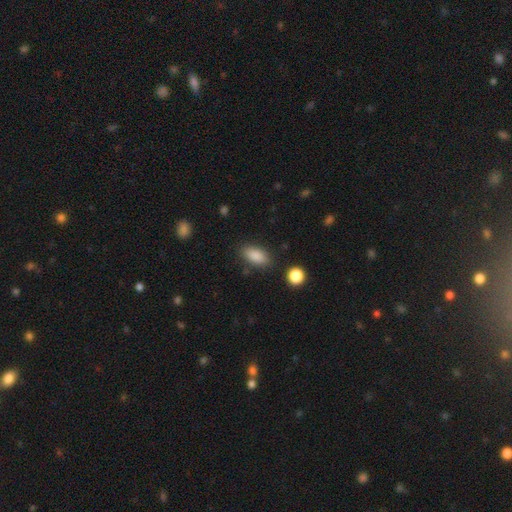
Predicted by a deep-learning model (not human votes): Smooth or featured?
  - smooth: 88% *
  - star or artifact: 8%
  - featured or disk: 5%
How rounded?
  - in between: 90% *
  - cigar-shaped: 5%
  - round: 5%
Merging?
  - none: 83% *
  - minor disturbance: 11%
  - major disturbance: 3%
  - merger: 2%